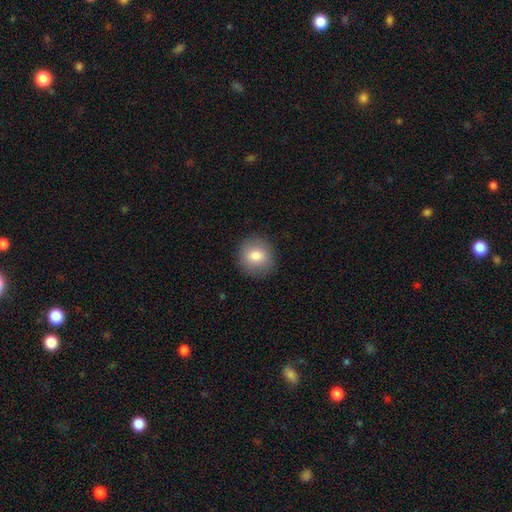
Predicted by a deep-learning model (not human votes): This is likely a smooth galaxy (80%). How rounded: clearly round (87%). Merging: clearly none (89%).